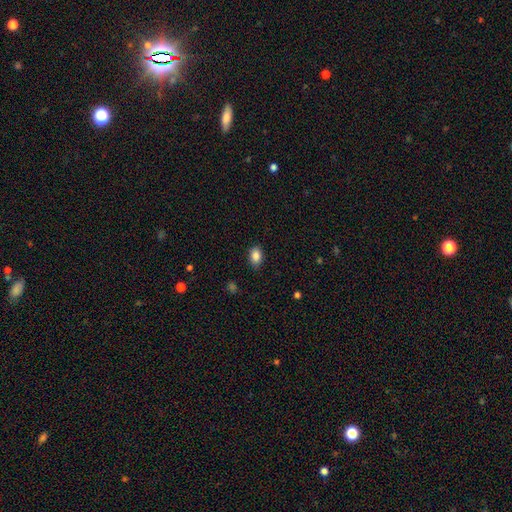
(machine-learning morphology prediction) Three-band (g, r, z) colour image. It shows a smooth galaxy with no disk features (87%) that is in between round and cigar-shaped (80%). Merging: none (85%).